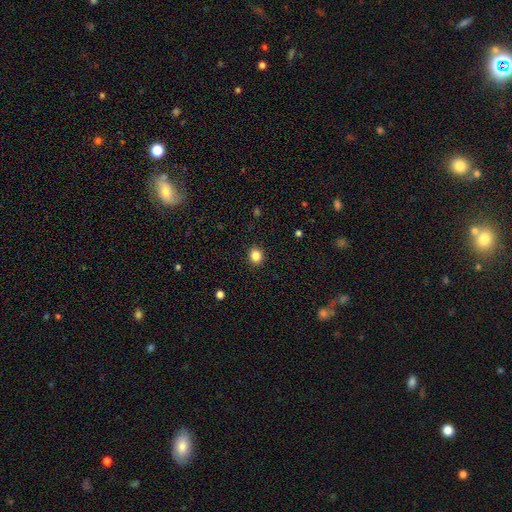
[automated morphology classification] Smooth or featured? Predicted: smooth (p=0.85). How rounded? Predicted: round (p=0.80). Merging? Predicted: none (p=0.91).